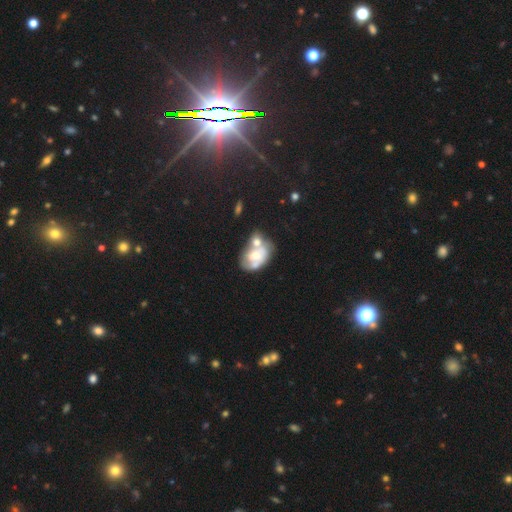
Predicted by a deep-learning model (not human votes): smooth-or-featured: featured or disk: 53% | smooth: 40% | star or artifact: 7%
  disk-edge-on: no: 96% | yes: 4%
    bar: no: 84% | weak: 13% | strong: 3%
    has-spiral-arms: no: 66% | yes: 34%
    bulge-size: moderate: 63% | small: 27% | large: 6% | none: 3% | dominant: 2%
  merging: merger: 62% | none: 18% | minor disturbance: 12% | major disturbance: 8%